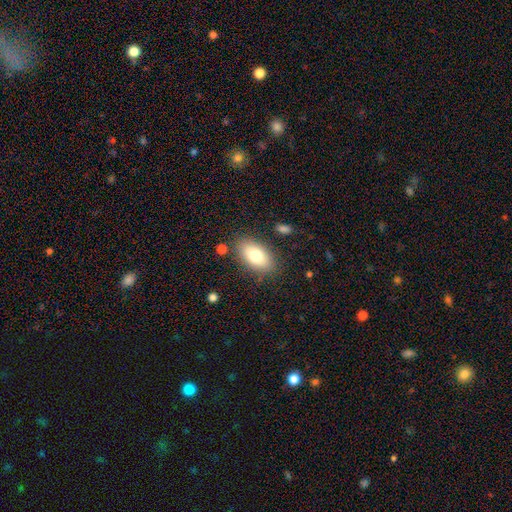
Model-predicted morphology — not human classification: Smooth or featured?
  - smooth: 77% *
  - featured or disk: 15%
  - star or artifact: 7%
How rounded?
  - in between: 92% *
  - round: 5%
  - cigar-shaped: 3%
Merging?
  - none: 83% *
  - minor disturbance: 11%
  - major disturbance: 3%
  - merger: 3%